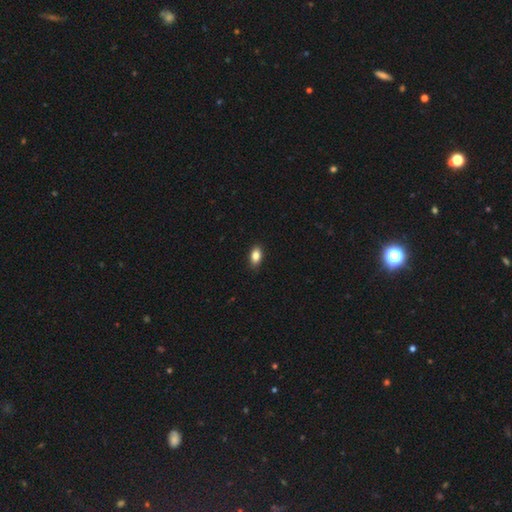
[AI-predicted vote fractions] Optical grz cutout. It shows a smooth galaxy with no disk features (86%) that is in between round and cigar-shaped (89%). Merging: none (87%).